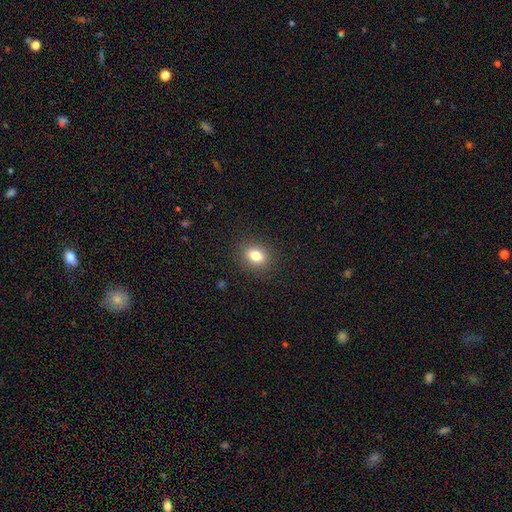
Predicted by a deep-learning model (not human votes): This appears to be a smooth galaxy with no disk features (82%) that is in between round and cigar-shaped (59%). Merging: none (88%).